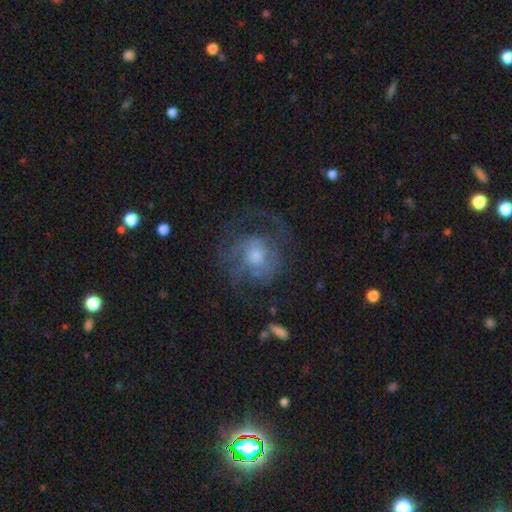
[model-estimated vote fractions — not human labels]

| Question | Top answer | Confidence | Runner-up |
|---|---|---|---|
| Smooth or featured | featured or disk | 69% | smooth (23%) |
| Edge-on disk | no | 97% | yes (3%) |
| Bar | no | 74% | weak (22%) |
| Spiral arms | yes | 78% | no (22%) |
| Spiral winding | medium | 42% | tight (31%) |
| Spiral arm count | can't tell | 32% | 2 (31%) |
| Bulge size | moderate | 50% | small (35%) |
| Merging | none | 49% | major disturbance (31%) |